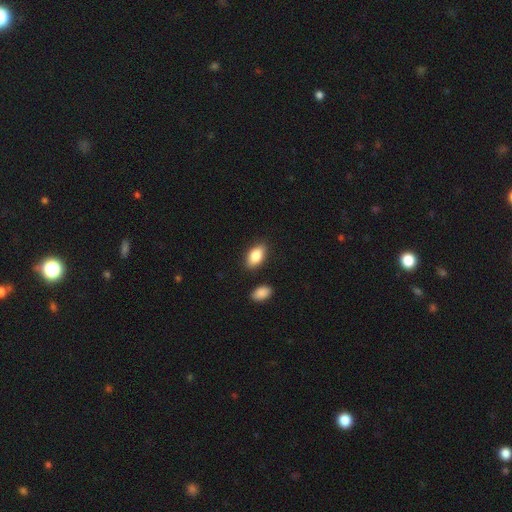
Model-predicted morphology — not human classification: This appears to be a smooth galaxy with no disk features (84%) that is in between round and cigar-shaped (92%). Merging: none (85%).